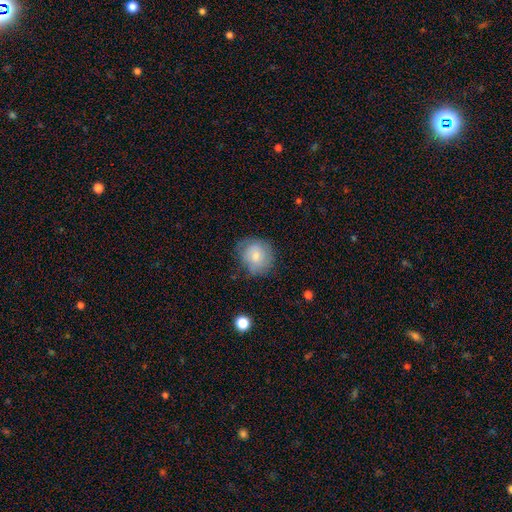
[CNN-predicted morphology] This appears to be a smooth galaxy with no disk features (69%) that is round (81%). Merging: none (68%).